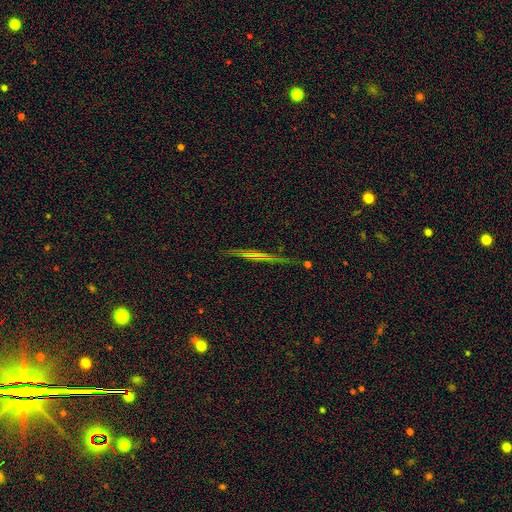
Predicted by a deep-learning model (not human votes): Q: Smooth or featured?
A: featured or disk (49%); runner-up: smooth (38%)
Q: Merging?
A: none (83%); runner-up: minor disturbance (12%)